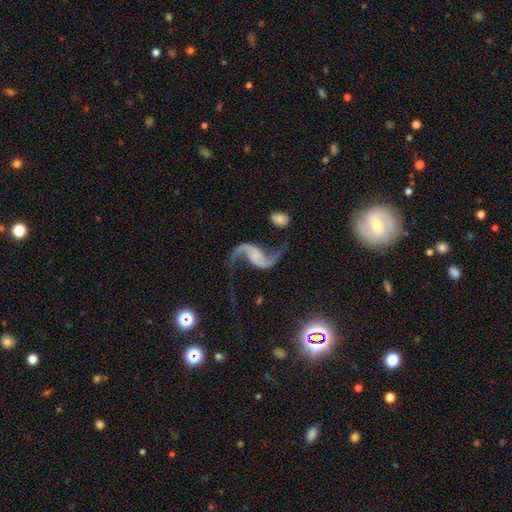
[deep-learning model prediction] Q: Smooth or featured?
A: featured or disk (92%); runner-up: star or artifact (5%)
Q: Edge-on disk?
A: no (98%); runner-up: yes (2%)
Q: Bar?
A: no (52%); runner-up: weak (34%)
Q: Spiral arms?
A: yes (97%); runner-up: no (3%)
Q: Spiral winding?
A: loose (90%); runner-up: medium (8%)
Q: Spiral arm count?
A: 2 (94%); runner-up: 1 (2%)
Q: Bulge size?
A: none (49%); runner-up: small (29%)
Q: Merging?
A: none (67%); runner-up: minor disturbance (15%)